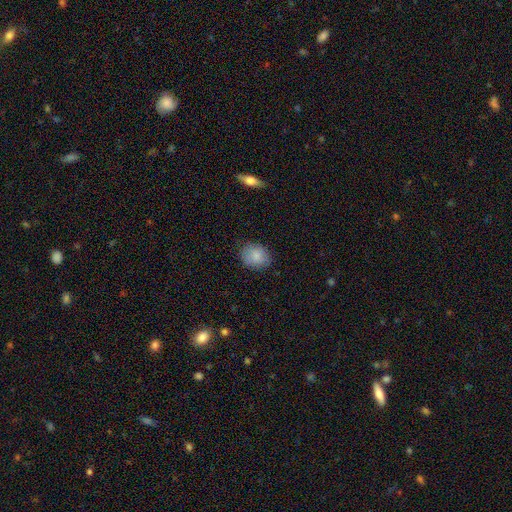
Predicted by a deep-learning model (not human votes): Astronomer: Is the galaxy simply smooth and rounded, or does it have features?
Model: smooth — 84%.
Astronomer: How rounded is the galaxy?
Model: round — 54% (runner-up: in between, 45%).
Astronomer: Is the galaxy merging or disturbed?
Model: none — 80%.